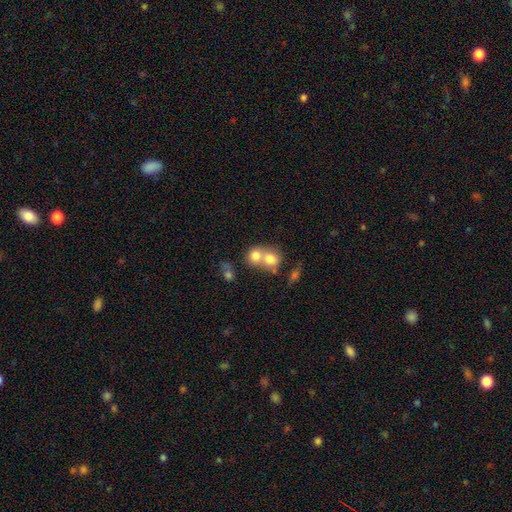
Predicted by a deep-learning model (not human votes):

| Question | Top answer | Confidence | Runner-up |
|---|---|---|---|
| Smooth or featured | smooth | 75% | featured or disk (16%) |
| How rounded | round | 71% | in between (28%) |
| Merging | merger | 67% | none (24%) |